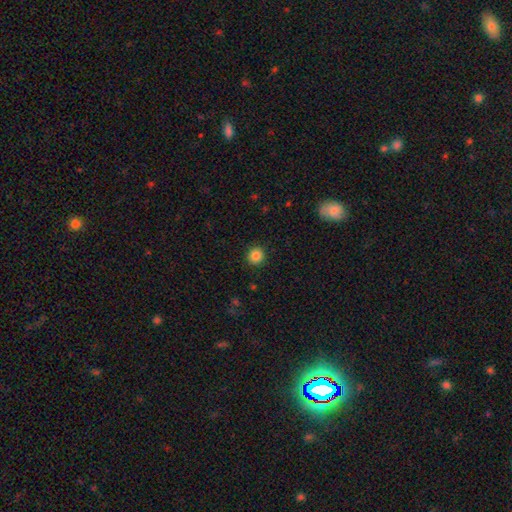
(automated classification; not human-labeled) This appears to be a smooth galaxy with no disk features (85%) that is round (93%). Merging: none (92%).